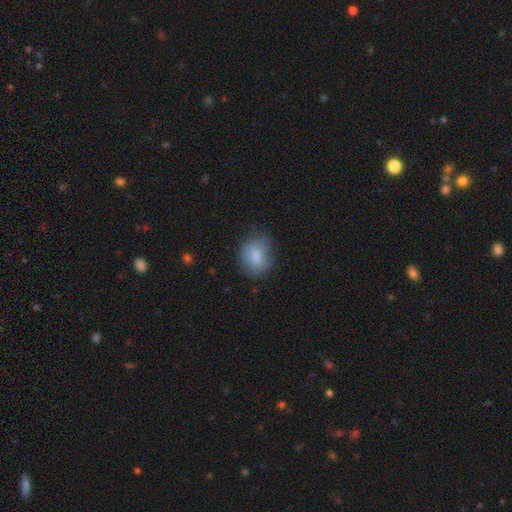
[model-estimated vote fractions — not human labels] Smooth or featured?
  - smooth: 78% *
  - featured or disk: 13%
  - star or artifact: 9%
How rounded?
  - in between: 55% *
  - round: 44%
  - cigar-shaped: 1%
Merging?
  - none: 62% *
  - minor disturbance: 27%
  - major disturbance: 9%
  - merger: 2%